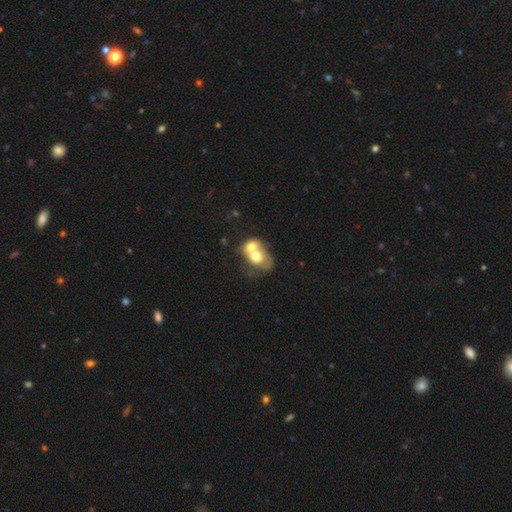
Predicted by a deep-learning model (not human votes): Smooth or featured: smooth — 61% (featured or disk — 31%)
How rounded: in between — 55% (round — 44%)
Merging: merger — 77% (none — 12%)